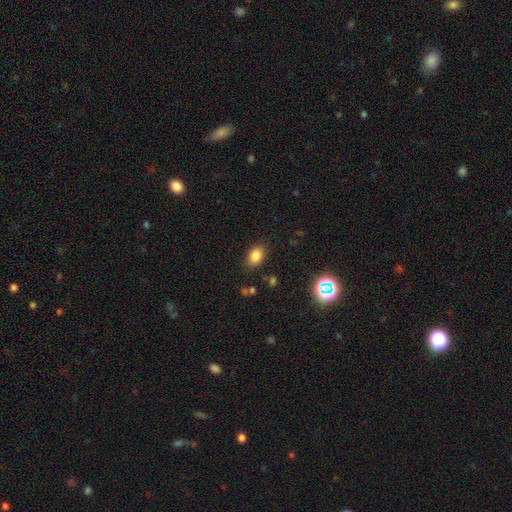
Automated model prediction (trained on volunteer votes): A smooth galaxy with no disk features (82%) that is in between round and cigar-shaped (77%).

Vote fractions:
- Smooth or featured? smooth: 82% / star or artifact: 12% / featured or disk: 6%
- How rounded? in between: 77% / round: 21% / cigar-shaped: 1%
- Merging? none: 83% / minor disturbance: 12% / major disturbance: 3% / merger: 2%